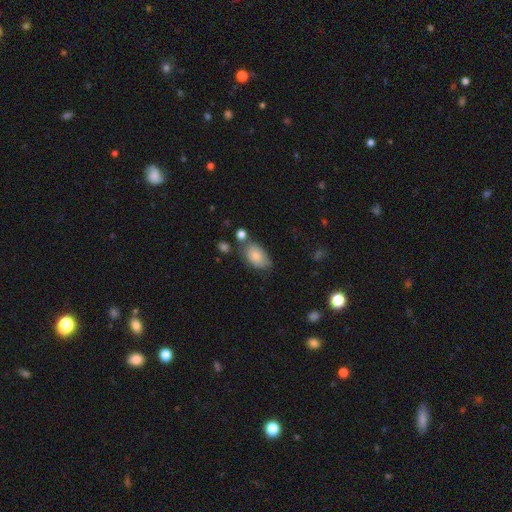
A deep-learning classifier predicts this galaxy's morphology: A smooth galaxy with no disk features (81%) that is in between round and cigar-shaped (90%). Merging: none (58%).